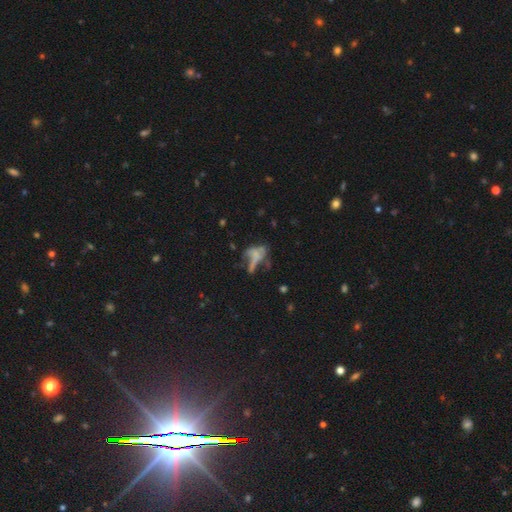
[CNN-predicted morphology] Smooth or featured? Predicted: smooth (p=0.40, tied with featured or disk). Merging? Predicted: major disturbance (p=0.40).